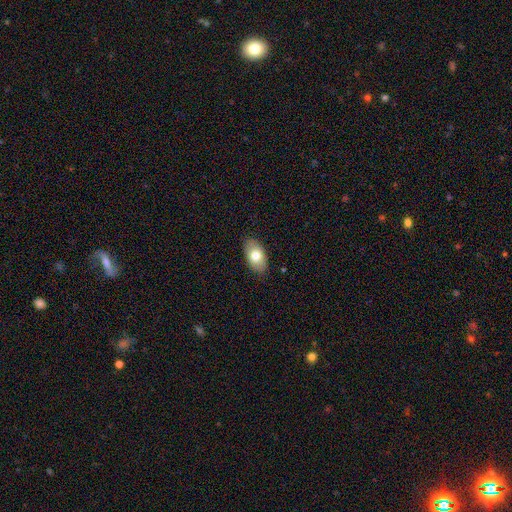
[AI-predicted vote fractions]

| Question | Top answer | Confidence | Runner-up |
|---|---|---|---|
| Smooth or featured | smooth | 76% | featured or disk (18%) |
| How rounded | in between | 93% | round (5%) |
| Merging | none | 87% | minor disturbance (10%) |